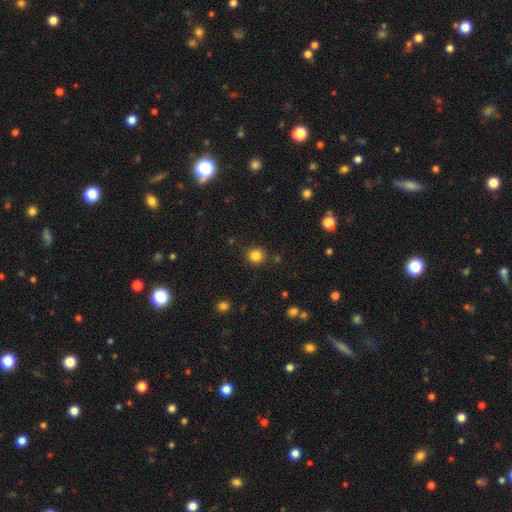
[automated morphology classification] A smooth galaxy with no disk features (83%) that is round (92%). Merging: none (87%).